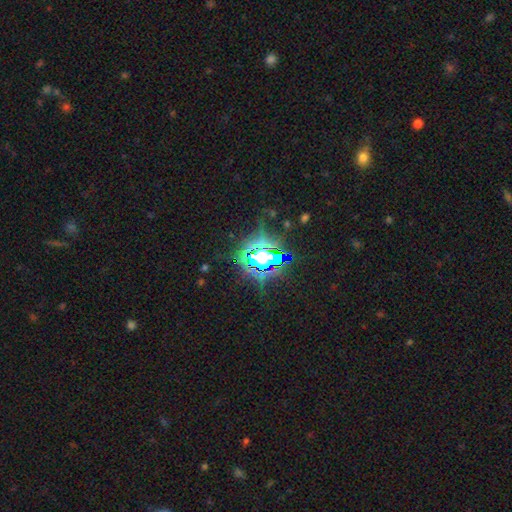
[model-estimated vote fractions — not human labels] smooth_or_featured: star or artifact (p=0.78) [alt: smooth p=0.12]